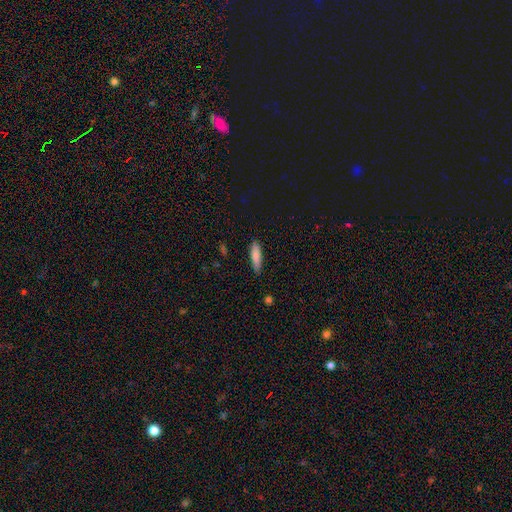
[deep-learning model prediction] smooth 82%, featured or disk 11%, star or artifact 7%. Down the decision tree: how rounded — cigar-shaped (67%); merging — none (85%).